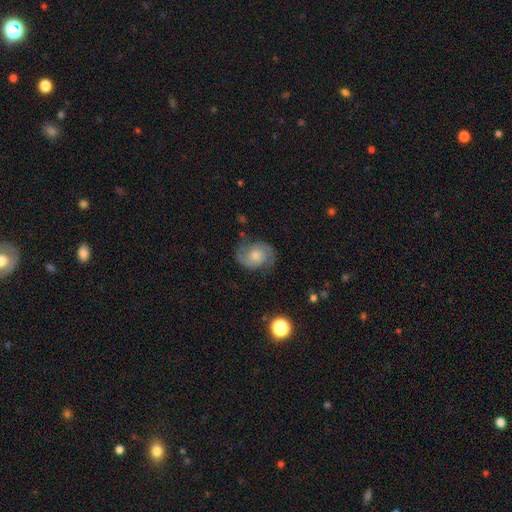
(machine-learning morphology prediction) A featured or disk galaxy (73%) with no bar (71%), 2 (89%) medium (50%) spiral arms (94%) and a moderate central bulge (50%).

Vote fractions:
- Smooth or featured? featured or disk: 73% / smooth: 19% / star or artifact: 7%
- Edge-on disk? no: 98% / yes: 2%
- Bar? no: 71% / weak: 25% / strong: 4%
- Spiral arms? yes: 94% / no: 6%
- Spiral winding? medium: 50% / tight: 30% / loose: 21%
- Spiral arm count? 2: 89% / can't tell: 5% / 1: 2% / 3: 1% / 4: 1% / more than 4: 1%
- Bulge size? moderate: 50% / small: 31% / large: 11% / none: 6% / dominant: 2%
- Merging? none: 71% / minor disturbance: 19% / major disturbance: 8% / merger: 2%